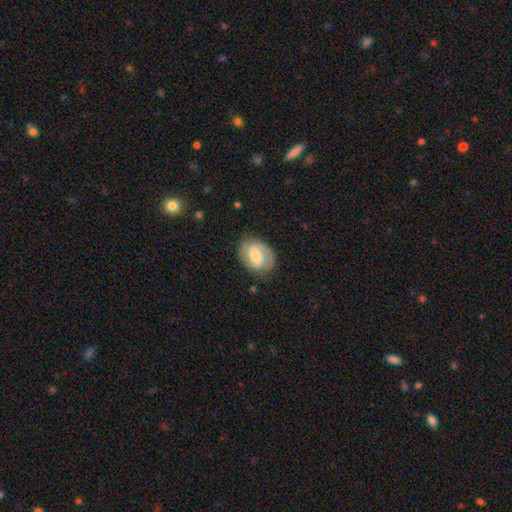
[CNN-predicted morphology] A featured or disk galaxy (67%) with a weak bar (50%), 2 (82%) medium (46%) spiral arms (90%) and a moderate central bulge (54%).

Vote fractions:
- Smooth or featured? featured or disk: 67% / smooth: 27% / star or artifact: 6%
- Edge-on disk? no: 97% / yes: 3%
- Bar? weak: 50% / no: 32% / strong: 18%
- Spiral arms? yes: 90% / no: 10%
- Spiral winding? medium: 46% / tight: 31% / loose: 22%
- Spiral arm count? 2: 82% / can't tell: 9% / 1: 5% / 3: 2% / 4: 1% / more than 4: 1%
- Bulge size? moderate: 54% / small: 37% / large: 5% / none: 2% / dominant: 1%
- Merging? none: 76% / minor disturbance: 17% / major disturbance: 6% / merger: 1%